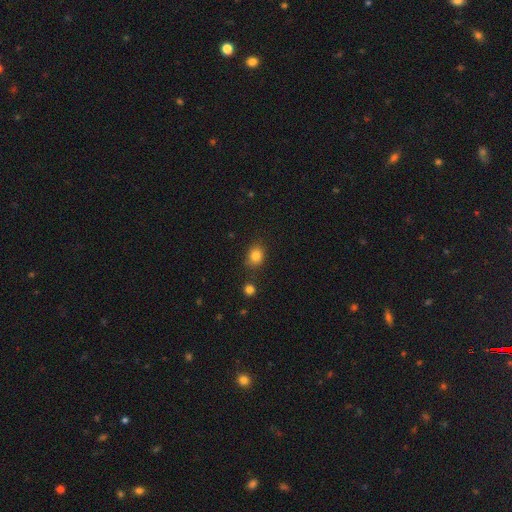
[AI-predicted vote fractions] This appears to be a smooth galaxy with no disk features (83%) that is round (57%). Merging: none (80%).